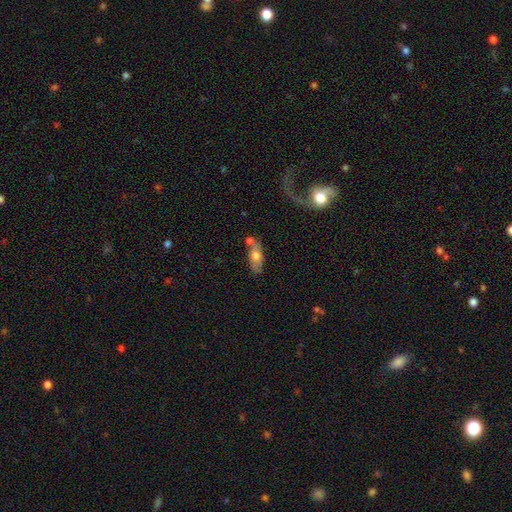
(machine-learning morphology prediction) smooth_or_featured: smooth (p=0.62) [alt: featured or disk p=0.31]
how_rounded: in between (p=0.73) [alt: cigar-shaped p=0.22]
merging: none (p=0.51) [alt: merger p=0.26]